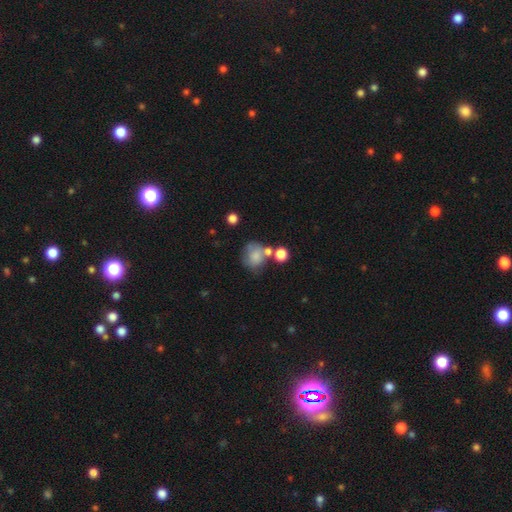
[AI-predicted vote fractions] smooth 72%, featured or disk 17%, star or artifact 11%. Down the decision tree: how rounded — round (66%); merging — none (41%).